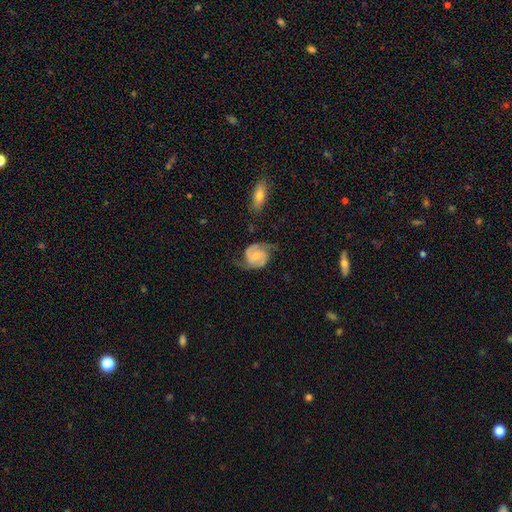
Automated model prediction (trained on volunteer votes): smooth_or_featured: featured or disk (p=0.79) [alt: smooth p=0.15]
disk_edge_on: no (p=0.98) [alt: yes p=0.02]
bar: no (p=0.65) [alt: weak p=0.29]
has_spiral_arms: yes (p=0.96) [alt: no p=0.04]
spiral_winding: medium (p=0.46) [alt: tight p=0.37]
spiral_arm_count: 2 (p=0.88) [alt: can't tell p=0.05]
bulge_size: small (p=0.56) [alt: moderate p=0.34]
merging: none (p=0.63) [alt: minor disturbance p=0.24]